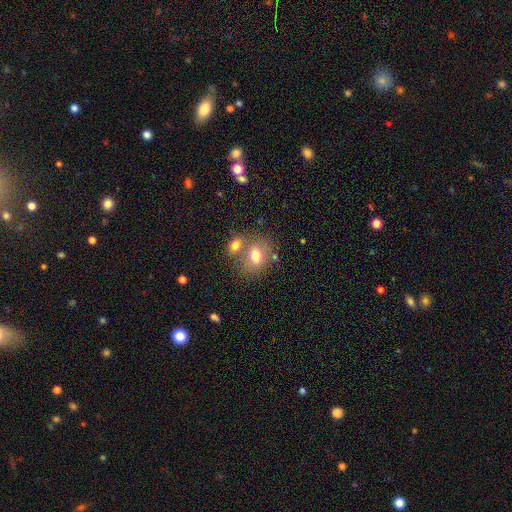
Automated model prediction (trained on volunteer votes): Overall: smooth (72%). How rounded: in between (55%; round 44%). Merging: none (49%; merger 35%).